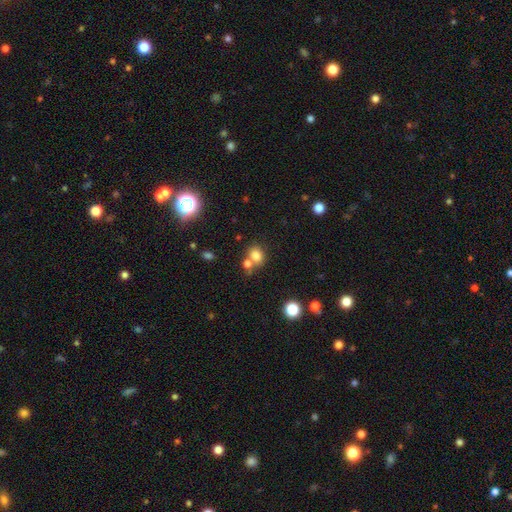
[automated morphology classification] type=smooth (78%); roundness=round (58%); merging=none (53%).